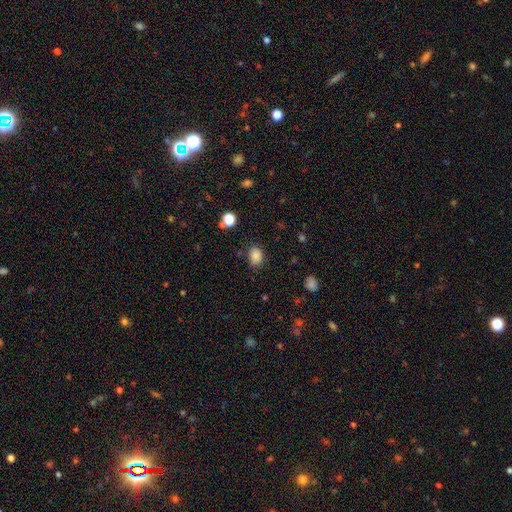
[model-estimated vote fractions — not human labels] This appears to be a smooth galaxy with no disk features (82%) that is in between round and cigar-shaped (68%). Merging: none (79%).